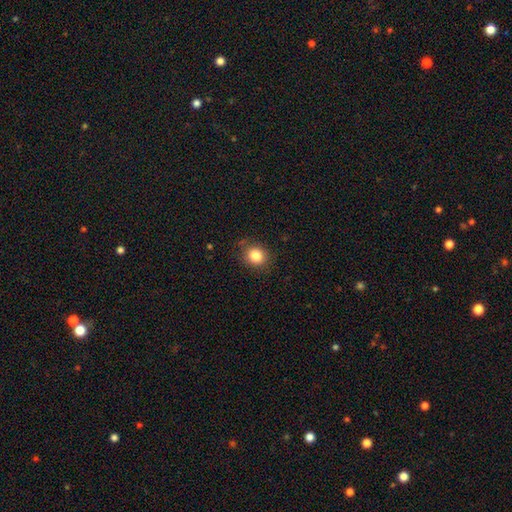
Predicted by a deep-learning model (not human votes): The model was most divided on "how rounded": round: 76%, in between: 23%, cigar-shaped: 1%. More confident: merging — none (84%); smooth or featured — smooth (83%).